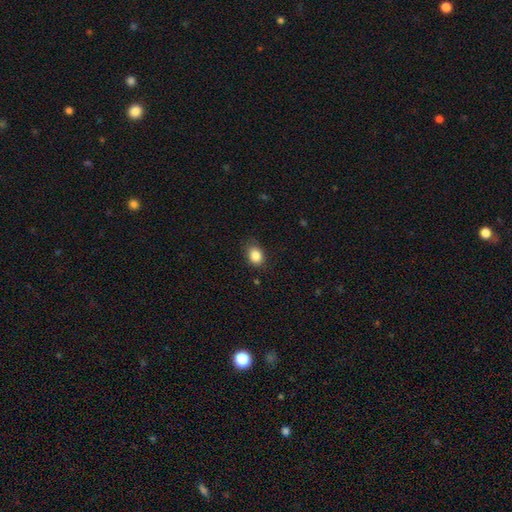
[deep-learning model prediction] Overall: smooth (86%). How rounded: in between (63%; round 36%). Merging: none (78%).